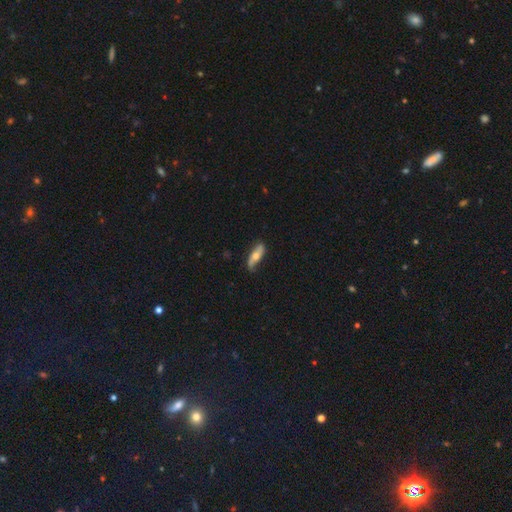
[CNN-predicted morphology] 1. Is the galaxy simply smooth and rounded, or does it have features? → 49% featured or disk, 45% smooth, 6% star or artifact.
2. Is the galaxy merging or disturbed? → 69% none, 24% minor disturbance, 5% major disturbance, 2% merger.